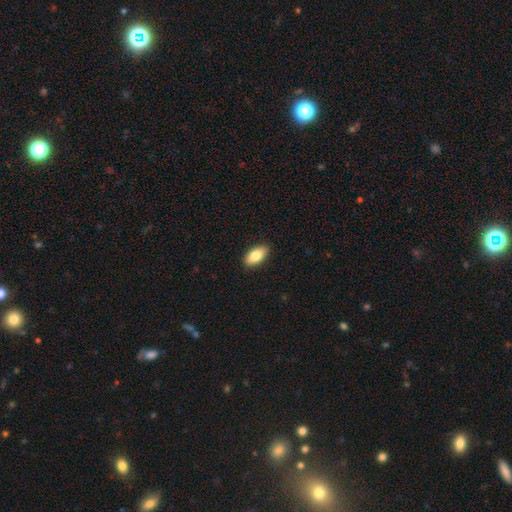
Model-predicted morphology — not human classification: smooth 81%, featured or disk 12%, star or artifact 7%. Down the decision tree: how rounded — in between (91%); merging — none (90%).